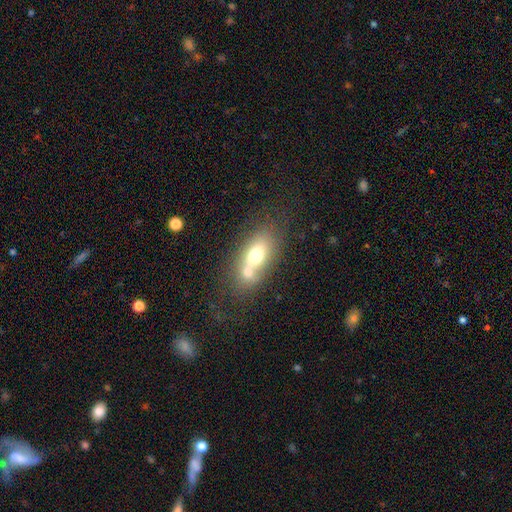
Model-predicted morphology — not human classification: Smooth or featured?
  - smooth: 65% *
  - featured or disk: 26%
  - star or artifact: 10%
How rounded?
  - in between: 79% *
  - round: 16%
  - cigar-shaped: 4%
Merging?
  - merger: 54% *
  - none: 31%
  - minor disturbance: 10%
  - major disturbance: 5%